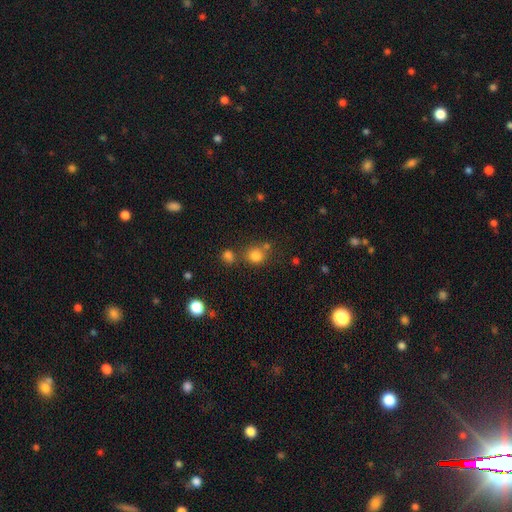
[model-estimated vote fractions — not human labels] smooth 79%, star or artifact 14%, featured or disk 7%. Down the decision tree: how rounded — round (79%); merging — none (63%).